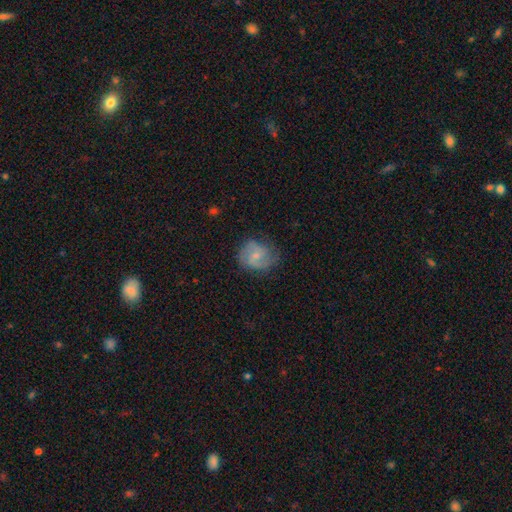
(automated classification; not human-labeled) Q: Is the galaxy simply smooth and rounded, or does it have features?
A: featured or disk — 66%.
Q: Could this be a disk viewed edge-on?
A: no — 98%.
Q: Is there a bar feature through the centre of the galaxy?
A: no — 50%.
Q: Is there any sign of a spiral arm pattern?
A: yes — 91%.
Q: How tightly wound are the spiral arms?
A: medium — 50%.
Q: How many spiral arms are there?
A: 2 — 74%.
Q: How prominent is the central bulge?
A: small — 63%.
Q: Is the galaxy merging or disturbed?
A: none — 69%.